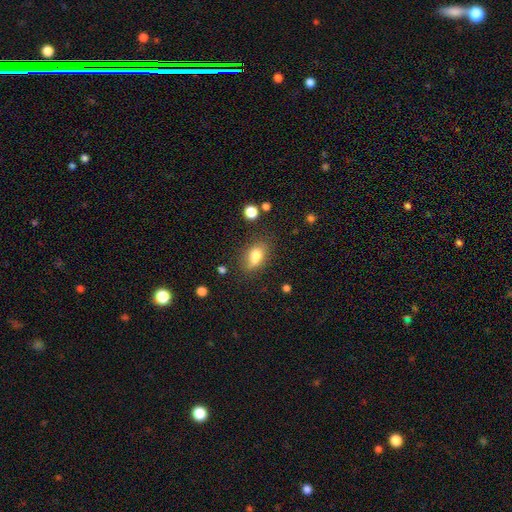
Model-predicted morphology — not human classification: A smooth galaxy with no disk features (76%) that is in between round and cigar-shaped (82%).

Vote fractions:
- Smooth or featured? smooth: 76% / featured or disk: 13% / star or artifact: 10%
- How rounded? in between: 82% / round: 14% / cigar-shaped: 4%
- Merging? none: 55% / minor disturbance: 22% / merger: 14% / major disturbance: 8%